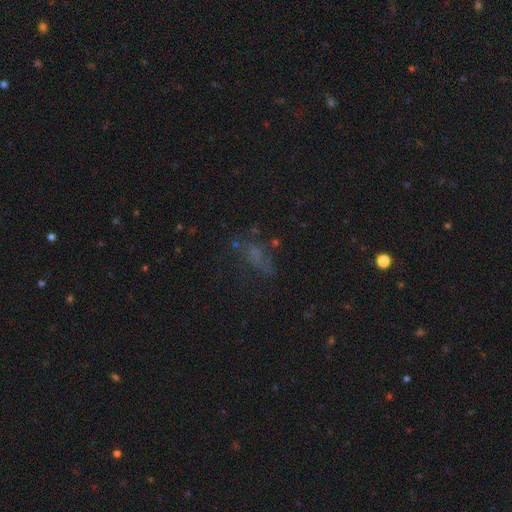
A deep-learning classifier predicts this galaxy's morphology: Smooth or featured? Predicted: smooth (p=0.41). Merging? Predicted: none (p=0.46).